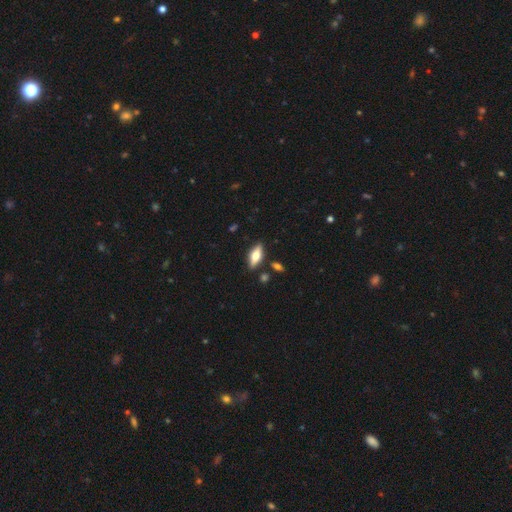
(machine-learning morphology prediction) A smooth galaxy with no disk features (55%) that is in between round and cigar-shaped (73%). Merging: none (83%).